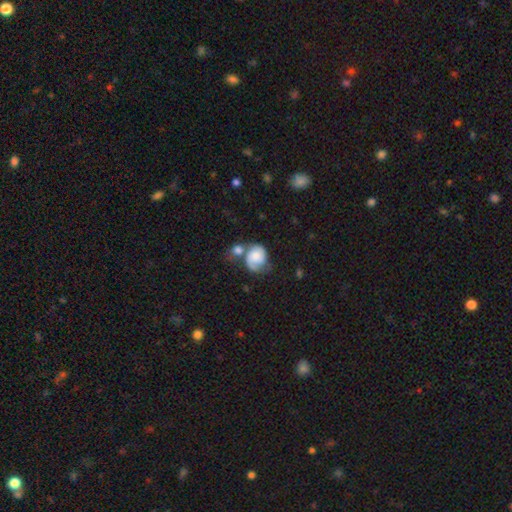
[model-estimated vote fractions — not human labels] This is possibly a featured or disk galaxy (49%). Merging: marginally merger (32%).